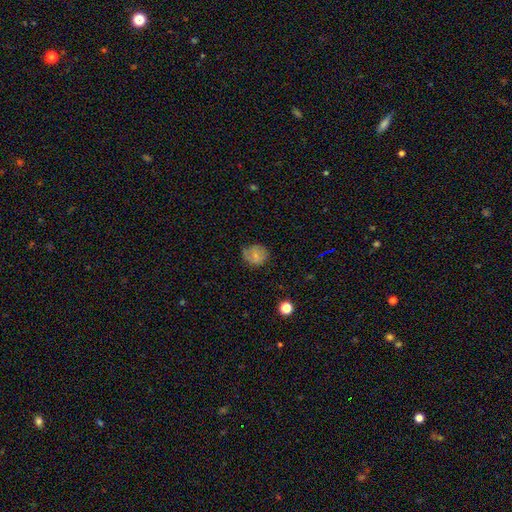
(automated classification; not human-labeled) A smooth galaxy with no disk features (69%) that is round (78%).

Vote fractions:
- Smooth or featured? smooth: 69% / featured or disk: 20% / star or artifact: 11%
- How rounded? round: 78% / in between: 21% / cigar-shaped: 1%
- Merging? none: 64% / minor disturbance: 26% / major disturbance: 9% / merger: 2%